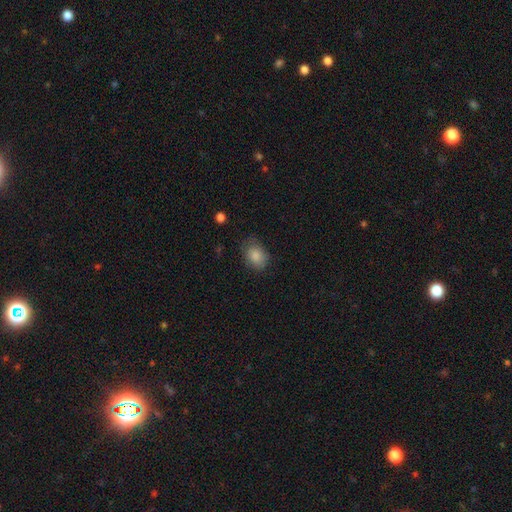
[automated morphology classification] This appears to be a smooth galaxy with no disk features (86%) that is in between round and cigar-shaped (63%). Merging: none (70%).